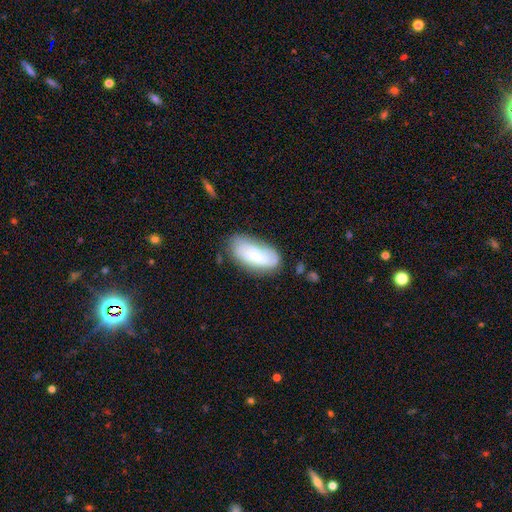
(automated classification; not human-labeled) This appears to be a smooth galaxy with no disk features (55%) that is in between round and cigar-shaped (88%). Merging: none (64%).